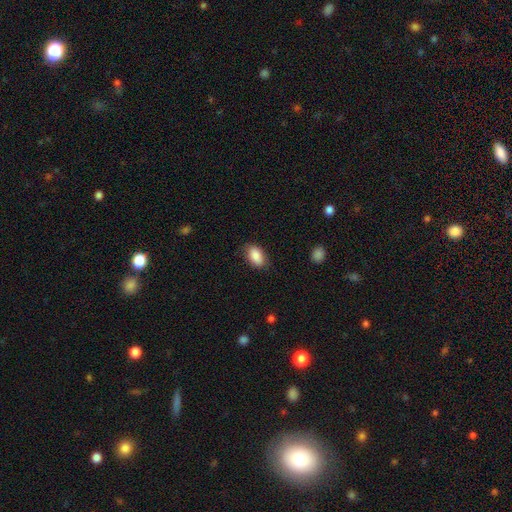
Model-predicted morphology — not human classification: This is clearly a smooth galaxy (88%). How rounded: clearly in between (91%). Merging: clearly none (80%).